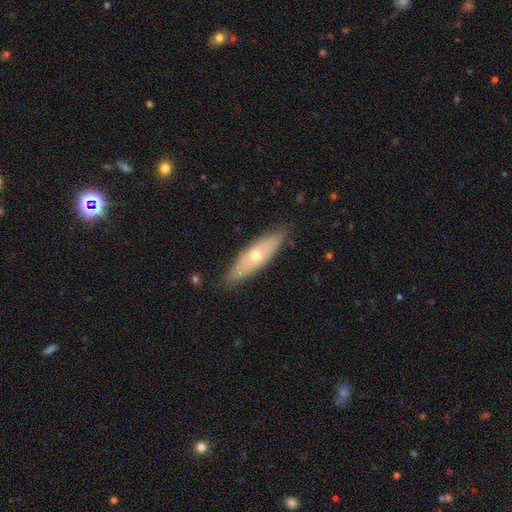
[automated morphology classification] Smooth or featured? smooth (48%)
Merging? none (85%)